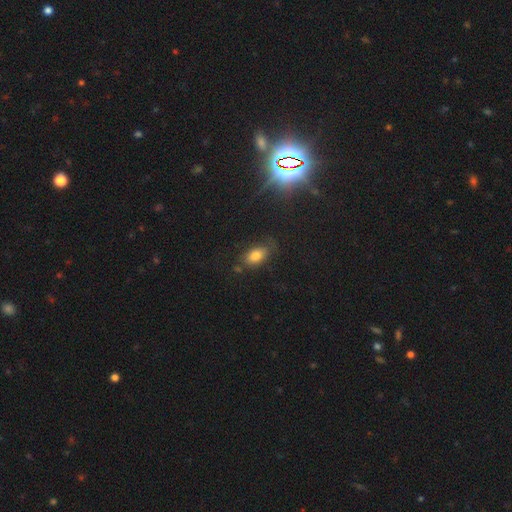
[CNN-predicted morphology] Smooth or featured: smooth — 75% (star or artifact — 13%)
How rounded: in between — 87% (round — 9%)
Merging: none — 70% (minor disturbance — 19%)